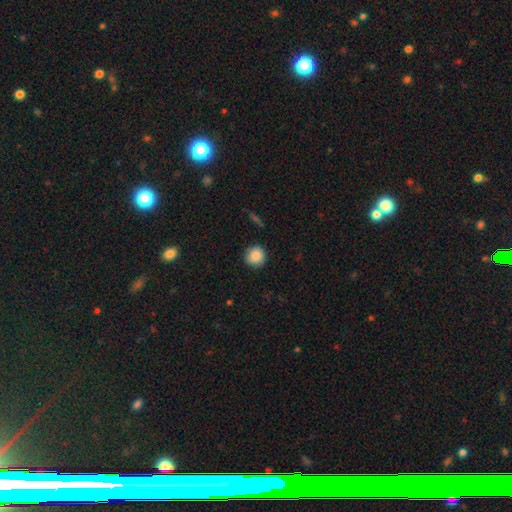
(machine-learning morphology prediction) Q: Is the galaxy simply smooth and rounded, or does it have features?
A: smooth — 87%.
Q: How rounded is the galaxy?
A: round — 93%.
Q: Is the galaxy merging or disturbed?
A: none — 89%.